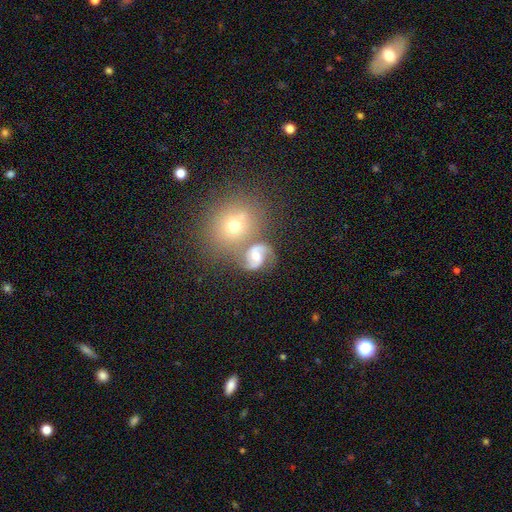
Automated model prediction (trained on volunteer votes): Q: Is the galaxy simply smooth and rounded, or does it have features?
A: featured or disk — 80%.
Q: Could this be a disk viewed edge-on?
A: no — 98%.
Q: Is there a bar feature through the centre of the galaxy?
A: no — 50%.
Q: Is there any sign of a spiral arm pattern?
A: yes — 96%.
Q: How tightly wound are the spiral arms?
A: medium — 59%.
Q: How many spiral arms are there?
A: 2 — 92%.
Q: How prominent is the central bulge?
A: moderate — 67%.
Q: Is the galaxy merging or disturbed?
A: none — 57%.